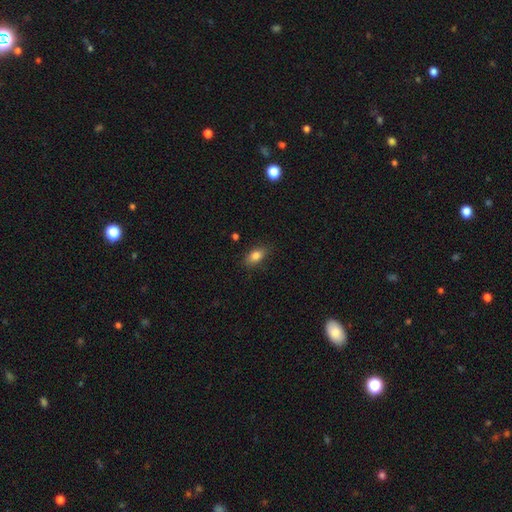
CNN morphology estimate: Smooth or featured: smooth — 82% (featured or disk — 9%)
How rounded: in between — 86% (round — 9%)
Merging: none — 84% (minor disturbance — 12%)